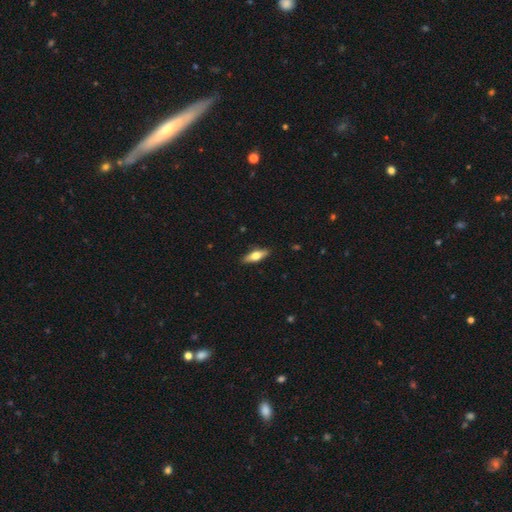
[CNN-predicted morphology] A smooth galaxy with no disk features (52%) that is in between round and cigar-shaped (54%). Merging: none (89%).